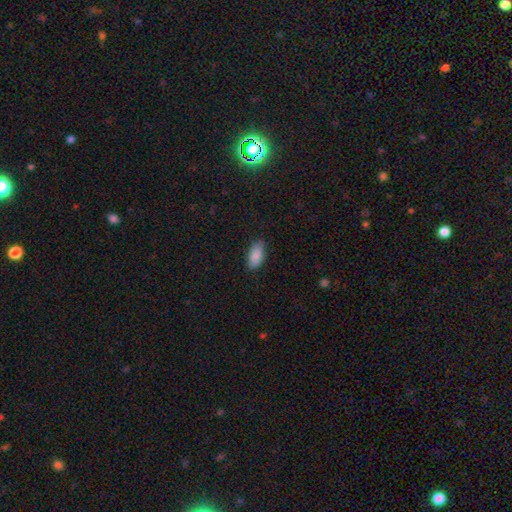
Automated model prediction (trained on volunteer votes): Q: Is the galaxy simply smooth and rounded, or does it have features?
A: smooth — 88%.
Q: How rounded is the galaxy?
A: in between — 91%.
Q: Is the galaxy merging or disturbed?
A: none — 82%.